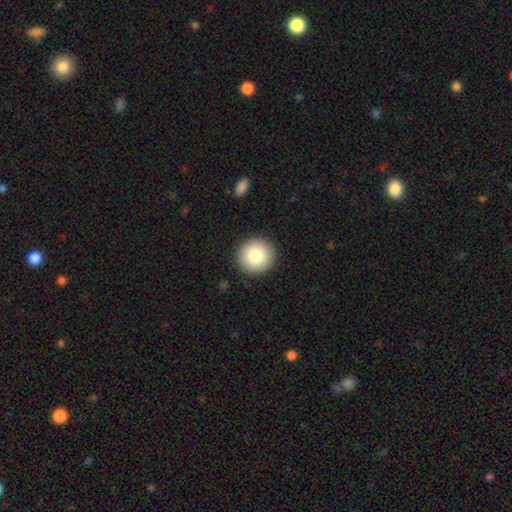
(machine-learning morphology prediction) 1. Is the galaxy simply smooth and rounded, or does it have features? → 82% smooth, 10% featured or disk, 9% star or artifact.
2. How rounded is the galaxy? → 93% round, 6% in between, 1% cigar-shaped.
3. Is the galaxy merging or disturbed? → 92% none, 5% minor disturbance, 2% major disturbance, 1% merger.